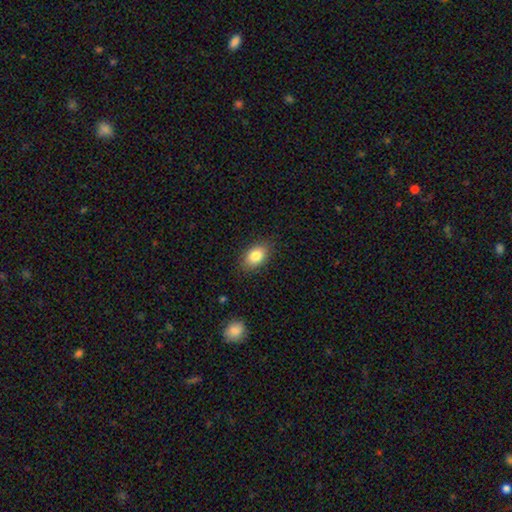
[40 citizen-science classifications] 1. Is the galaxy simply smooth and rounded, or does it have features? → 78% smooth, 12% star or artifact, 10% featured or disk.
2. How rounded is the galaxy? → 87% in between, 13% round, 0% cigar-shaped.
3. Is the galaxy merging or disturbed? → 83% none, 17% minor disturbance, 0% major disturbance, 0% merger.